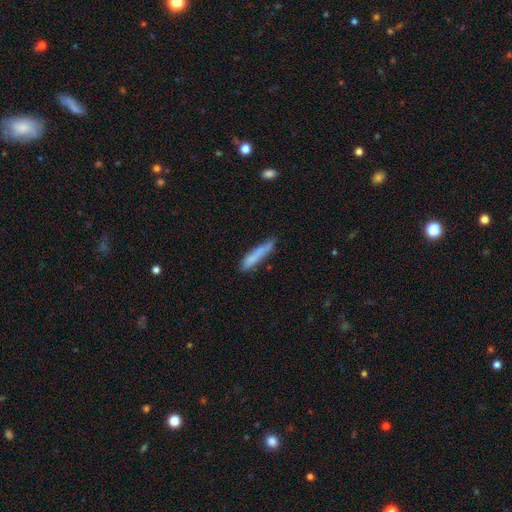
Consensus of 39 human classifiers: A smooth galaxy with no disk features (79%) that is cigar-shaped (90%). Merging: none (75%).